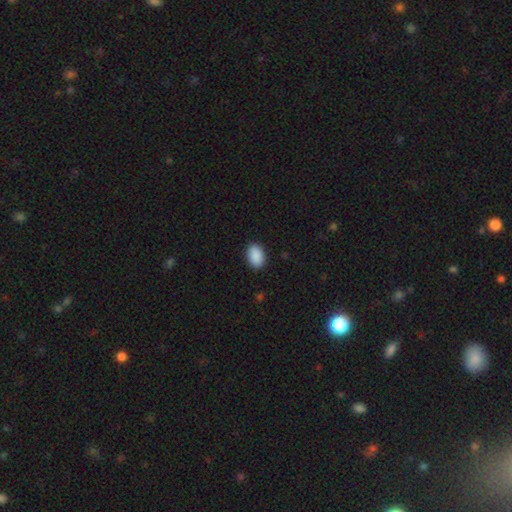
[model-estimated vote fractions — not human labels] Smooth or featured?
  - smooth: 91% *
  - star or artifact: 7%
  - featured or disk: 3%
How rounded?
  - in between: 88% *
  - round: 11%
  - cigar-shaped: 1%
Merging?
  - none: 89% *
  - minor disturbance: 8%
  - major disturbance: 2%
  - merger: 1%